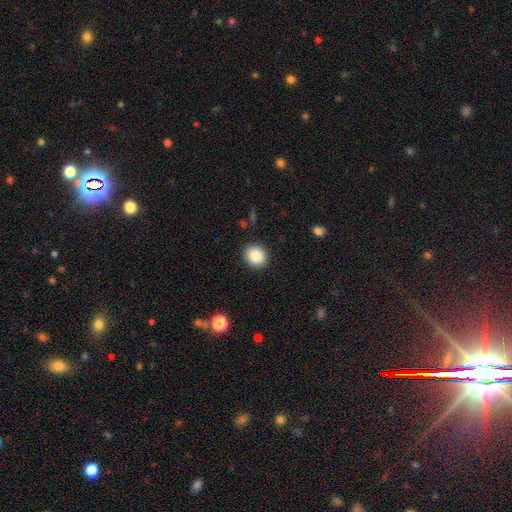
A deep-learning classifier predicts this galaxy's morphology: Smooth or featured?
  - smooth: 87% *
  - star or artifact: 9%
  - featured or disk: 5%
How rounded?
  - round: 72% *
  - in between: 28%
  - cigar-shaped: 1%
Merging?
  - none: 90% *
  - minor disturbance: 7%
  - major disturbance: 2%
  - merger: 1%